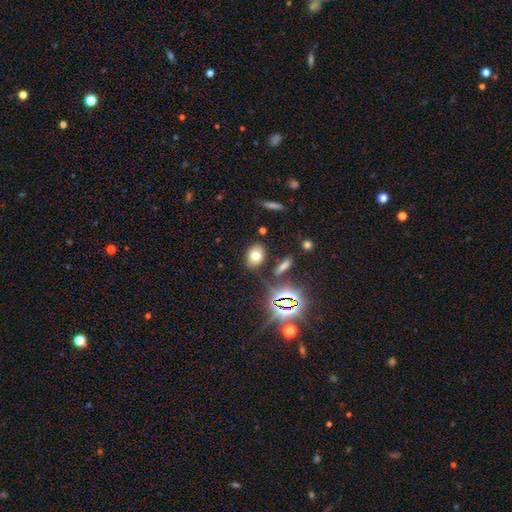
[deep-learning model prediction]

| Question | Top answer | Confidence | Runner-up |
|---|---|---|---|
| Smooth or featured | smooth | 68% | star or artifact (20%) |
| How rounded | in between | 77% | round (21%) |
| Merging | none | 82% | minor disturbance (10%) |